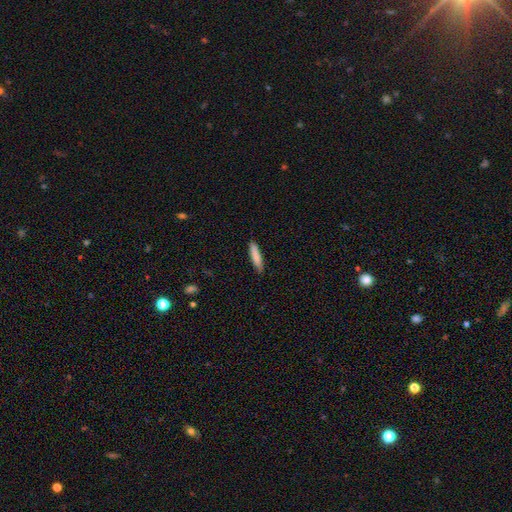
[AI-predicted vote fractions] Morphology: type=smooth (85%); roundness=cigar-shaped (83%); merging=none (86%).